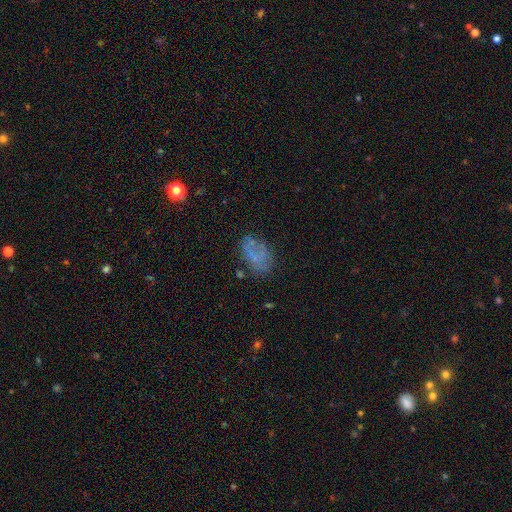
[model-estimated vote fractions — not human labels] Overall: smooth (50%; featured or disk 36%). Merging: none (57%; minor disturbance 23%).